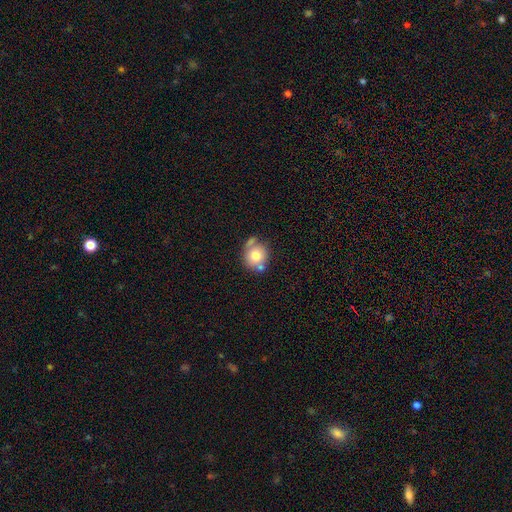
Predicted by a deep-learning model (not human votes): Q: Smooth or featured?
A: smooth (72%); runner-up: featured or disk (19%)
Q: How rounded?
A: round (80%); runner-up: in between (19%)
Q: Merging?
A: none (52%); runner-up: merger (25%)